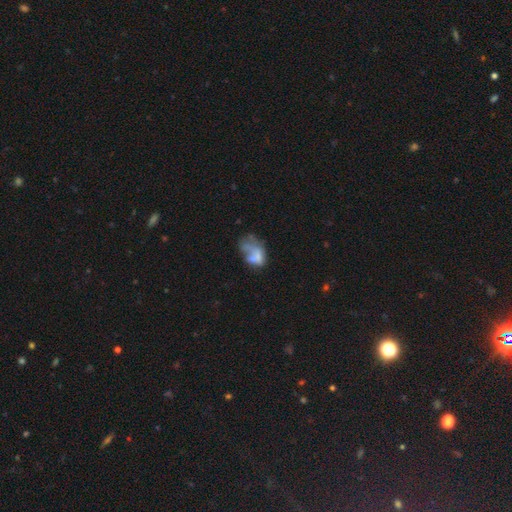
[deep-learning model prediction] Morphology: type=smooth (50%); merging=major disturbance (41%).